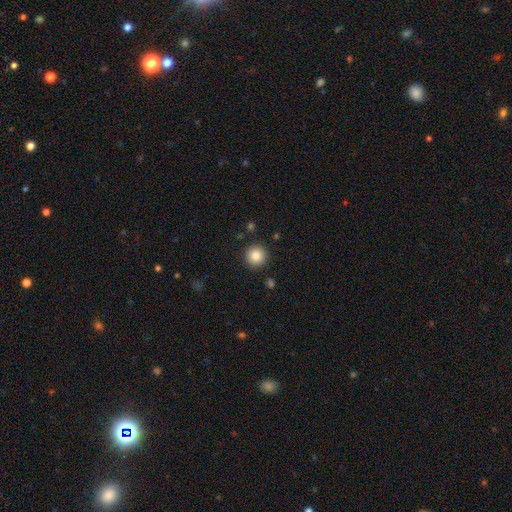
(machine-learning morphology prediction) A smooth galaxy with no disk features (84%) that is round (95%). Merging: none (91%).